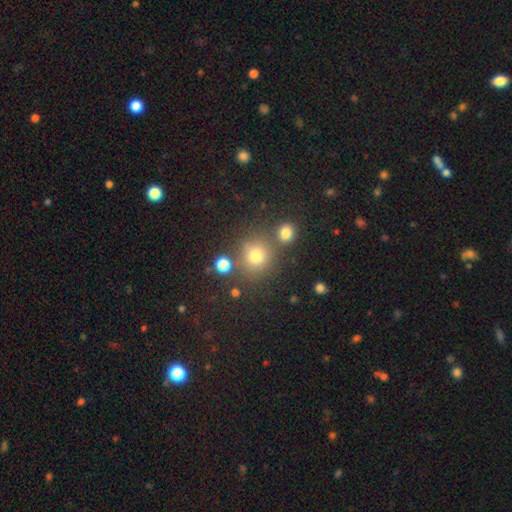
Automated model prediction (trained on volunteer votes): Smooth or featured: smooth — 75% (star or artifact — 18%)
How rounded: round — 88% (in between — 11%)
Merging: none — 72% (merger — 14%)